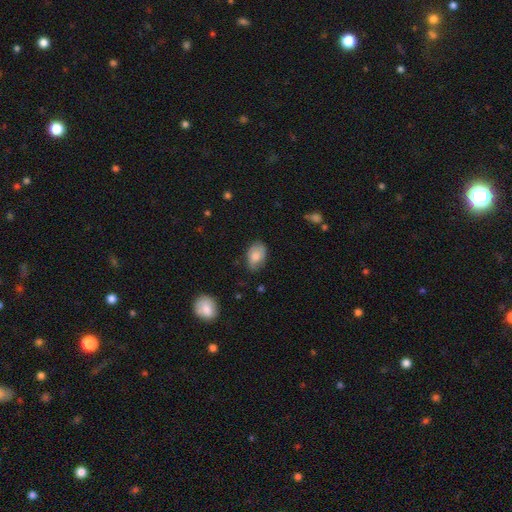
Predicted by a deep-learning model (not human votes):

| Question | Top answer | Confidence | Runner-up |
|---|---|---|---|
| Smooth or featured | smooth | 77% | featured or disk (16%) |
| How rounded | in between | 89% | round (10%) |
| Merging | none | 69% | minor disturbance (25%) |